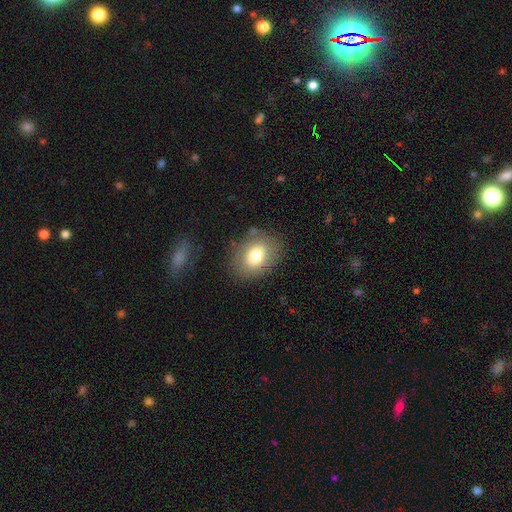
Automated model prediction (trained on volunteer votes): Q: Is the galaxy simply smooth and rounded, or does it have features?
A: smooth — 75%.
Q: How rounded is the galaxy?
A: in between — 64%.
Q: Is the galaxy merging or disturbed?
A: none — 80%.